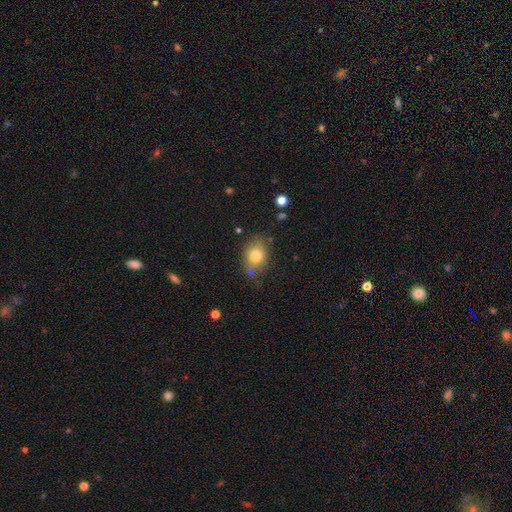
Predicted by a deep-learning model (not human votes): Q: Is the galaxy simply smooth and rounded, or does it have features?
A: smooth — 77%.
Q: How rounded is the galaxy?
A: in between — 50%.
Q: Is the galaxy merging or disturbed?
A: none — 75%.